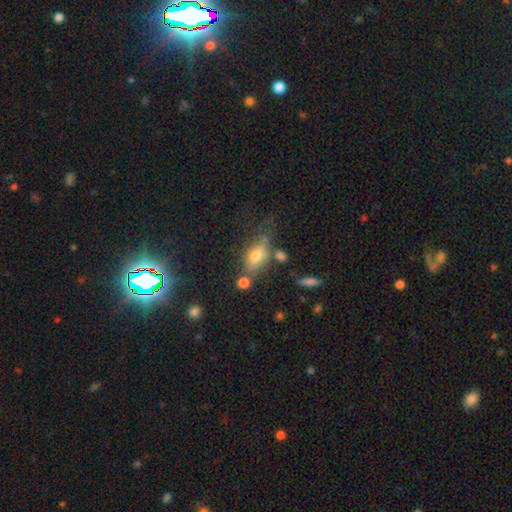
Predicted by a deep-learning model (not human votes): Overall: smooth (65%). How rounded: in between (79%). Merging: none (47%; minor disturbance 23%).